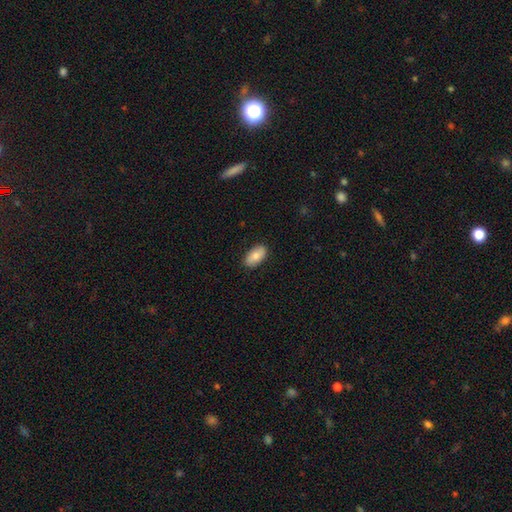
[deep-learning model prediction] This appears to be a smooth galaxy with no disk features (79%) that is in between round and cigar-shaped (93%). Merging: none (88%).